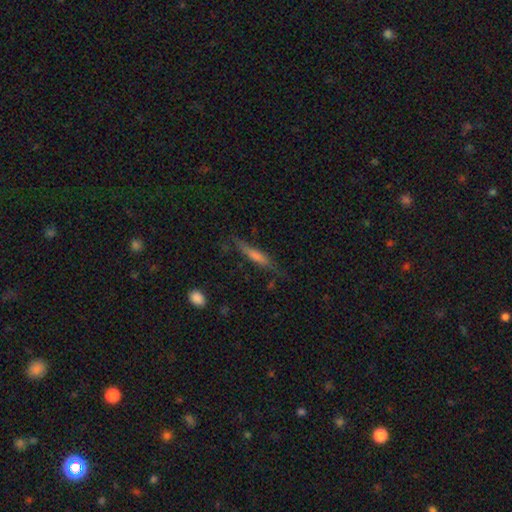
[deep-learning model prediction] The model was most divided on "smooth or featured": smooth: 50%, featured or disk: 41%, star or artifact: 9%. More confident: how rounded — cigar-shaped (89%); merging — none (73%).